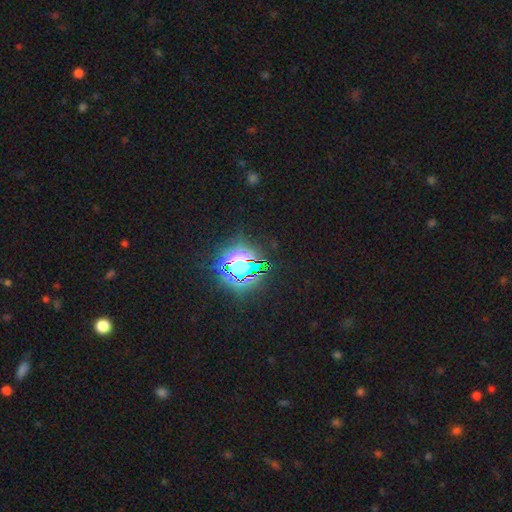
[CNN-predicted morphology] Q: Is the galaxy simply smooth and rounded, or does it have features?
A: star or artifact — 79%.